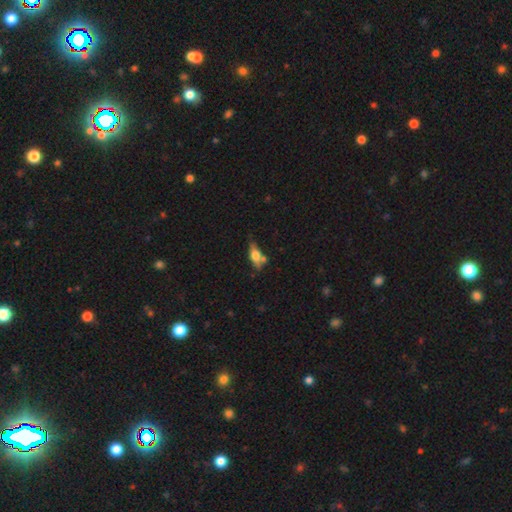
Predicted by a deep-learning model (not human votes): Morphology: type=smooth (50%); merging=none (57%).